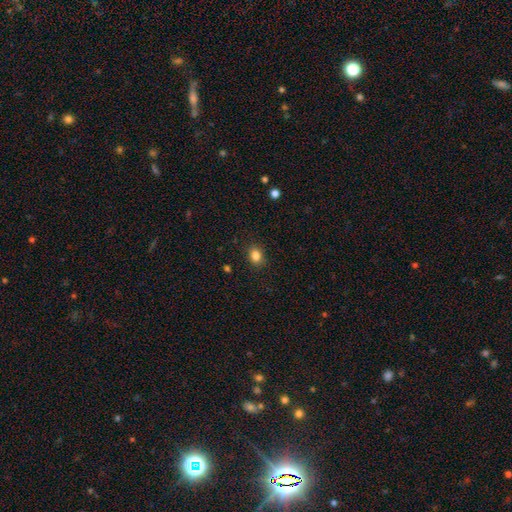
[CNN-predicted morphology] Smooth or featured? Predicted: smooth (p=0.84). How rounded? Predicted: round (p=0.51). Merging? Predicted: none (p=0.88).